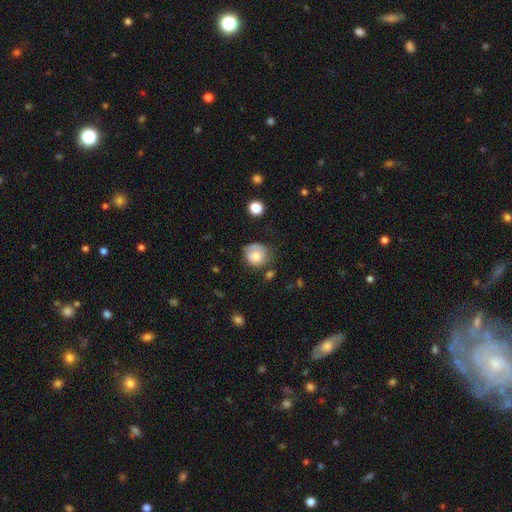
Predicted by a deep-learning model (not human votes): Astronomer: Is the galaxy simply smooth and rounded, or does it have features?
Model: smooth — 64%.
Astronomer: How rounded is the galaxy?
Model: round — 77%.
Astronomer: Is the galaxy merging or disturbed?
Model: none — 52% (runner-up: minor disturbance, 29%).